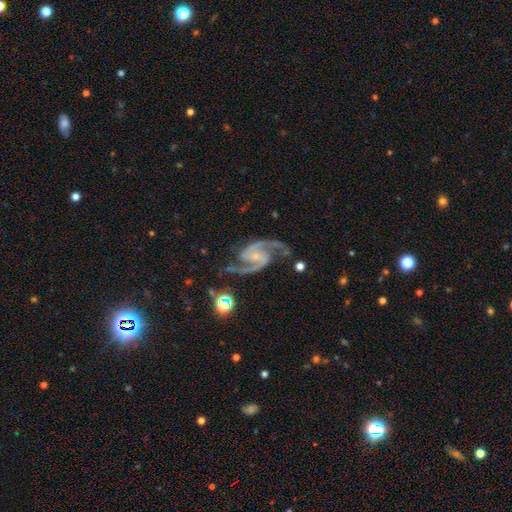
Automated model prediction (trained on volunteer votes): Q: Smooth or featured?
A: featured or disk (93%); runner-up: star or artifact (5%)
Q: Edge-on disk?
A: no (98%); runner-up: yes (2%)
Q: Bar?
A: no (47%); runner-up: weak (37%)
Q: Spiral arms?
A: yes (99%); runner-up: no (1%)
Q: Spiral winding?
A: medium (63%); runner-up: loose (24%)
Q: Spiral arm count?
A: 2 (94%); runner-up: 3 (2%)
Q: Bulge size?
A: small (74%); runner-up: moderate (16%)
Q: Merging?
A: none (76%); runner-up: minor disturbance (15%)